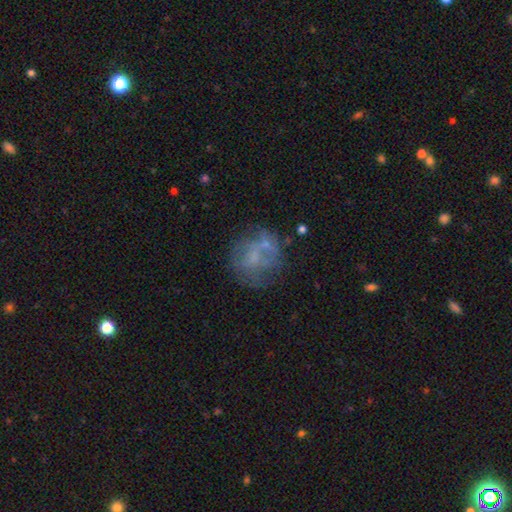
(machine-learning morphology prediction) smooth_or_featured: featured or disk (p=0.50) [alt: smooth p=0.36]
merging: none (p=0.49) [alt: minor disturbance p=0.18]